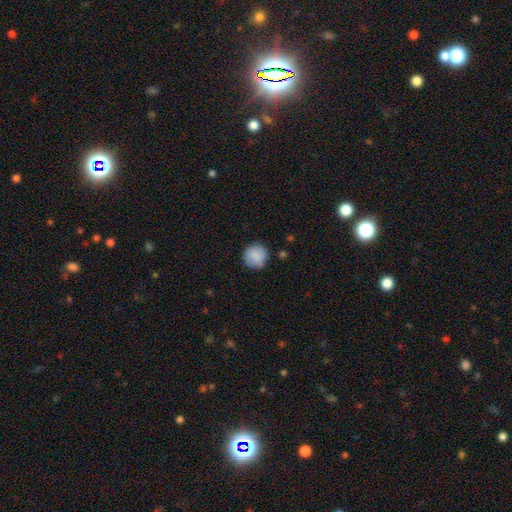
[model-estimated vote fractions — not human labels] A smooth galaxy with no disk features (87%) that is round (92%). Merging: none (82%).